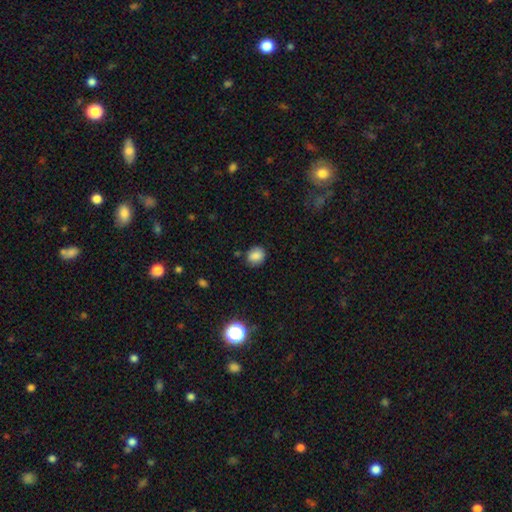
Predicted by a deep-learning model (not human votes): smooth-or-featured: smooth: 84% | star or artifact: 11% | featured or disk: 6%
  how-rounded: round: 62% | in between: 37% | cigar-shaped: 1%
  merging: none: 80% | minor disturbance: 15% | major disturbance: 3% | merger: 3%